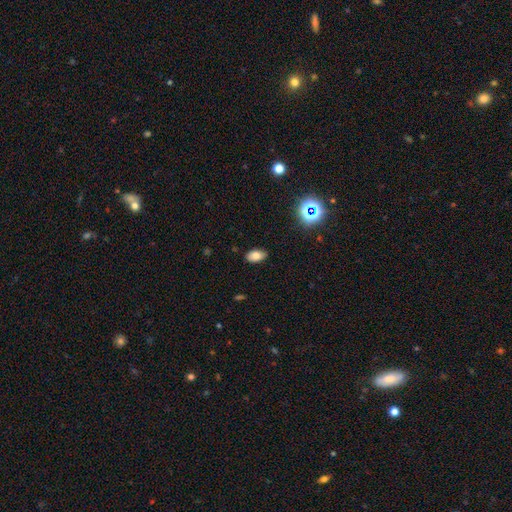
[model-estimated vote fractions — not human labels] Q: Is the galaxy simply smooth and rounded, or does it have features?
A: smooth — 78%.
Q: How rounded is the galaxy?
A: in between — 91%.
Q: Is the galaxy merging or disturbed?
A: none — 85%.